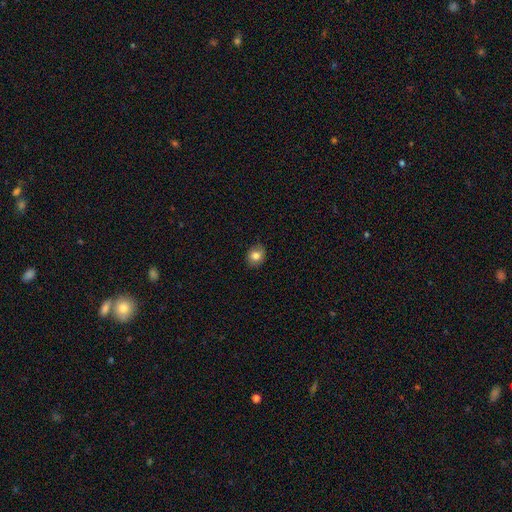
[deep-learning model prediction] A smooth galaxy with no disk features (80%) that is round (66%). Merging: none (80%).